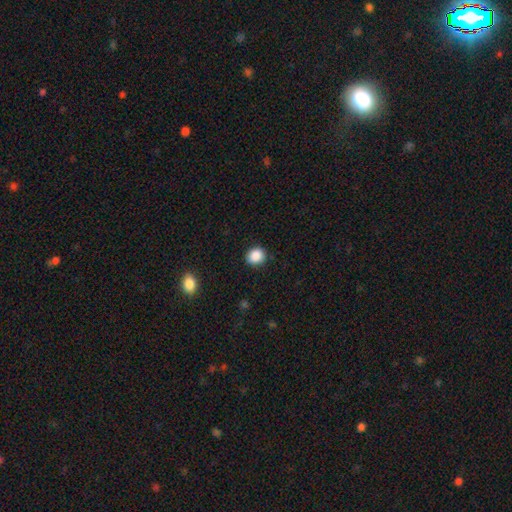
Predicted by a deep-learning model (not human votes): Overall: smooth (88%). How rounded: round (80%). Merging: none (89%).